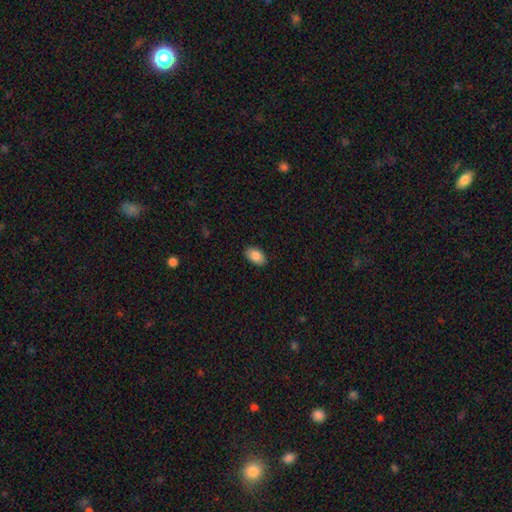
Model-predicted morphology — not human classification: type=smooth (86%); roundness=in between (92%); merging=none (89%).